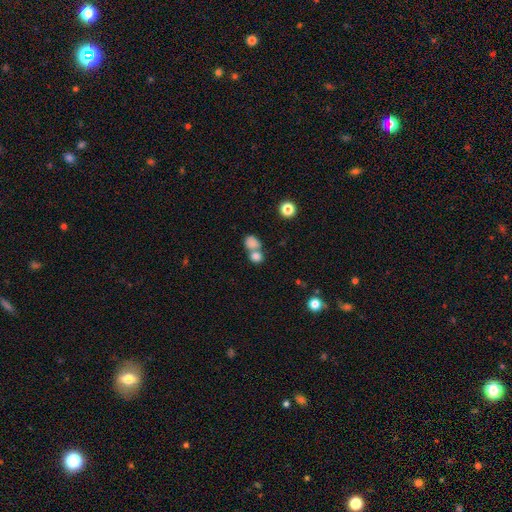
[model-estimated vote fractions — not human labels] Smooth or featured? smooth (81%)
How rounded? round (62%)
Merging? merger (56%)